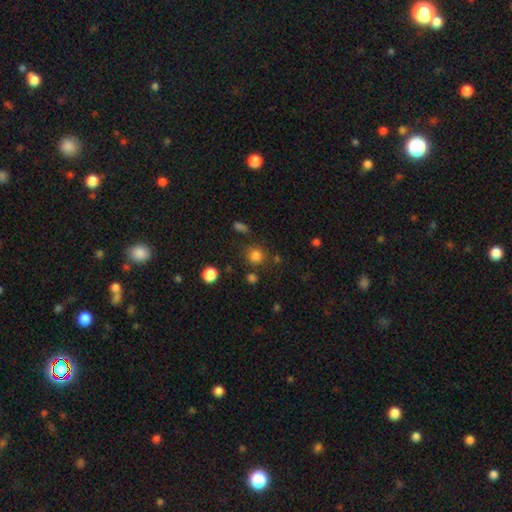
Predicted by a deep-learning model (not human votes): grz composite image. It shows a smooth galaxy with no disk features (80%) that is round (90%). Merging: none (78%).